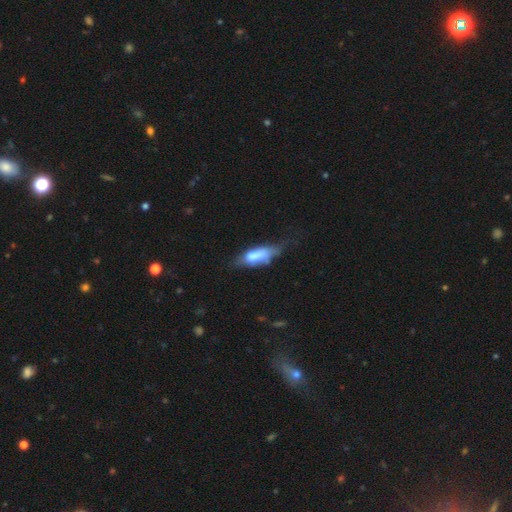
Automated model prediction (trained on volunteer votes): Smooth or featured?
  - smooth: 64% *
  - featured or disk: 28%
  - star or artifact: 8%
How rounded?
  - in between: 70% *
  - cigar-shaped: 28%
  - round: 2%
Merging?
  - minor disturbance: 36% *
  - none: 28%
  - major disturbance: 28%
  - merger: 7%